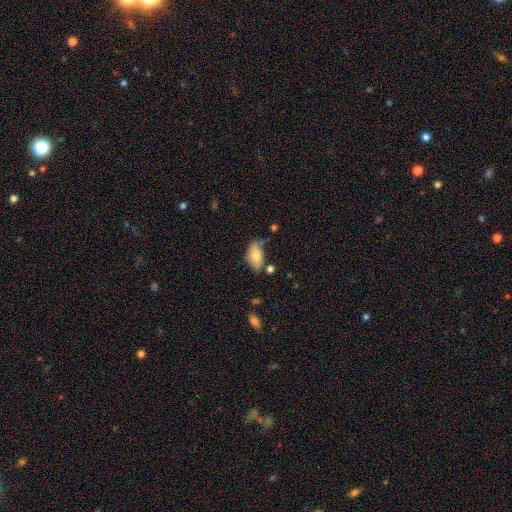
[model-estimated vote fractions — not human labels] Smooth or featured?
  - smooth: 77% *
  - featured or disk: 16%
  - star or artifact: 7%
How rounded?
  - in between: 93% *
  - round: 4%
  - cigar-shaped: 3%
Merging?
  - none: 58% *
  - minor disturbance: 26%
  - merger: 9%
  - major disturbance: 7%